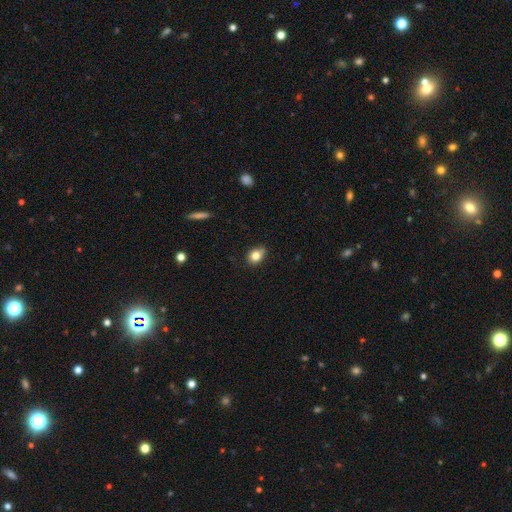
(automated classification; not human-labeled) Morphology: type=smooth (80%); roundness=in between (60%); merging=none (73%).